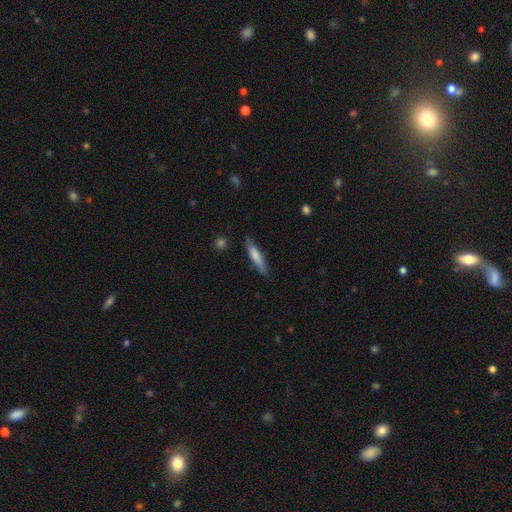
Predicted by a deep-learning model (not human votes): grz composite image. It shows a smooth galaxy with no disk features (69%) that is cigar-shaped (83%). Merging: none (78%).